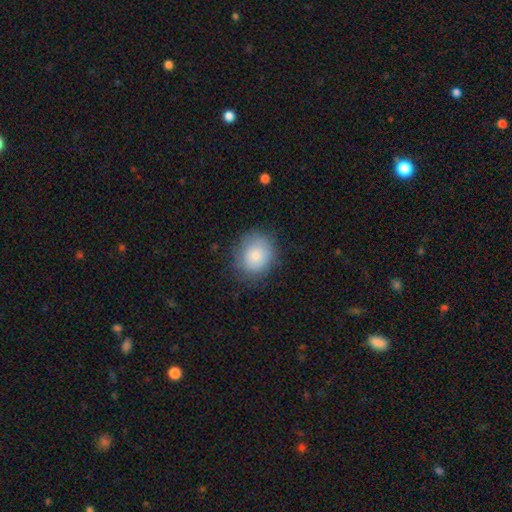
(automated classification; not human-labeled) This appears to be a smooth galaxy with no disk features (81%) that is round (72%). Merging: none (77%).